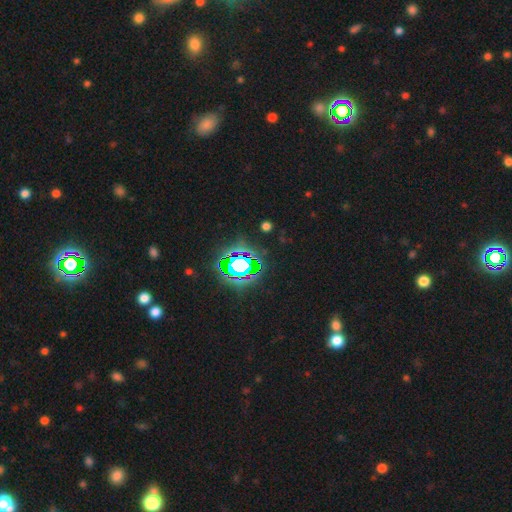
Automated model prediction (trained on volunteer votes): A star or artifact, not a galaxy (77%).